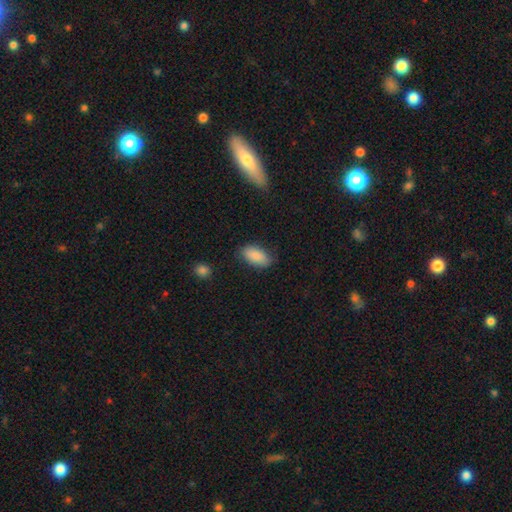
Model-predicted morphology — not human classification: The model was most divided on "merging": none: 80%, minor disturbance: 16%, major disturbance: 3%, merger: 2%. More confident: how rounded — in between (92%); smooth or featured — smooth (86%).